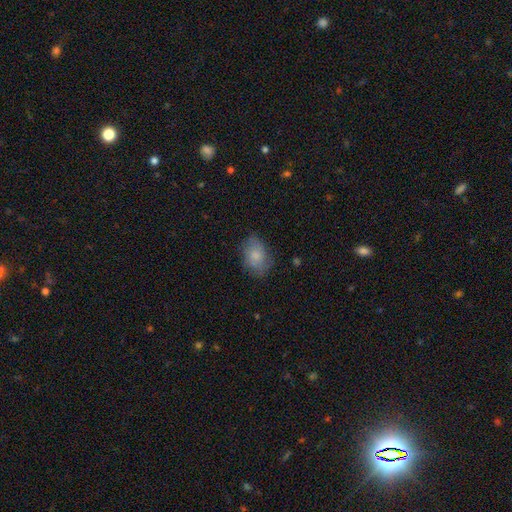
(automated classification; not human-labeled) Overall: smooth (74%). How rounded: in between (80%). Merging: none (70%).